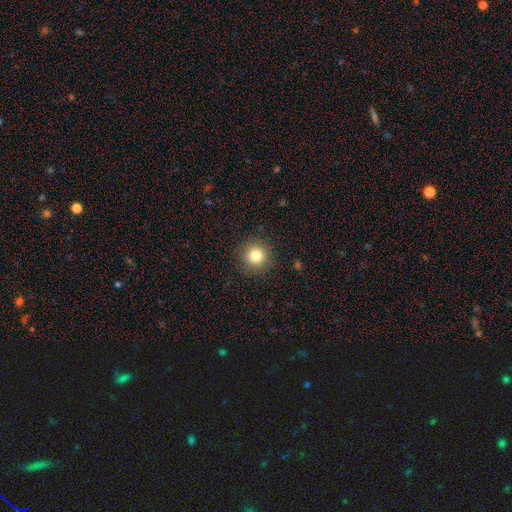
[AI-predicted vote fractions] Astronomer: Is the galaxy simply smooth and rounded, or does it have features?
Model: smooth — 81%.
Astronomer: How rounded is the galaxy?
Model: round — 95%.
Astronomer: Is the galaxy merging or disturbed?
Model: none — 90%.